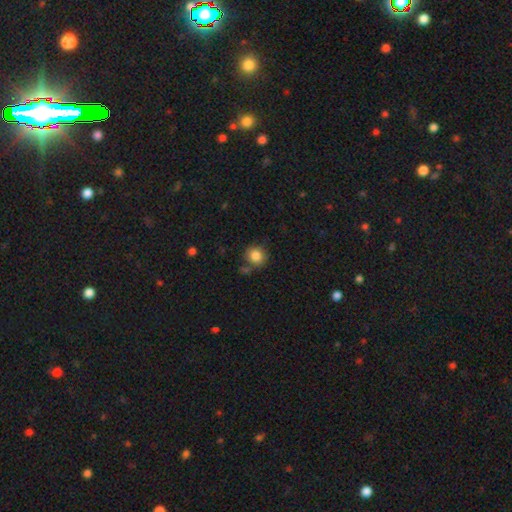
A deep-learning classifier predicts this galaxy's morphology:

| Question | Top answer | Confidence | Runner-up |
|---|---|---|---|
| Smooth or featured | smooth | 85% | star or artifact (9%) |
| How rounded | round | 88% | in between (11%) |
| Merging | none | 72% | minor disturbance (15%) |